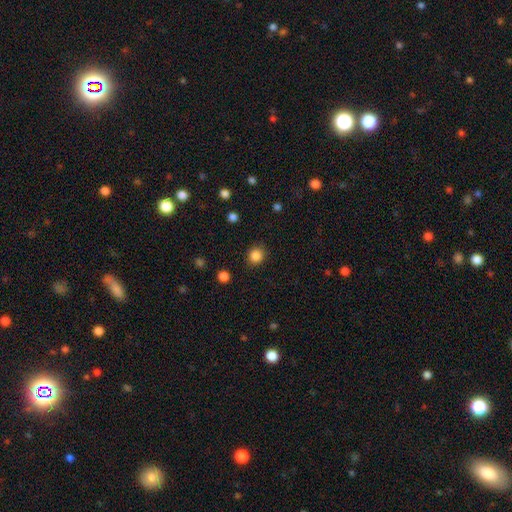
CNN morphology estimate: smooth 85%, star or artifact 11%, featured or disk 4%. Down the decision tree: how rounded — round (83%); merging — none (88%).